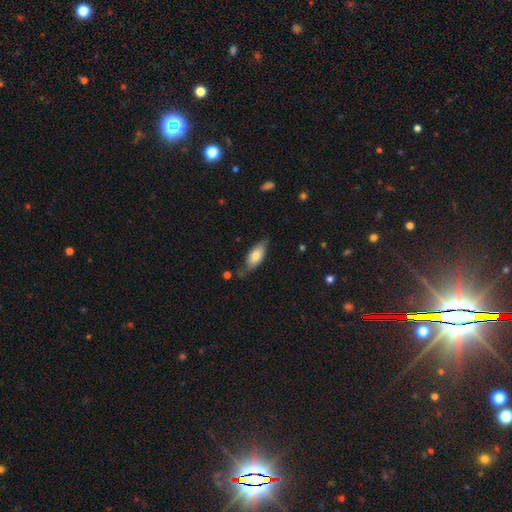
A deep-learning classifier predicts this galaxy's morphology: Smooth or featured? smooth (66%)
How rounded? in between (80%)
Merging? none (61%)